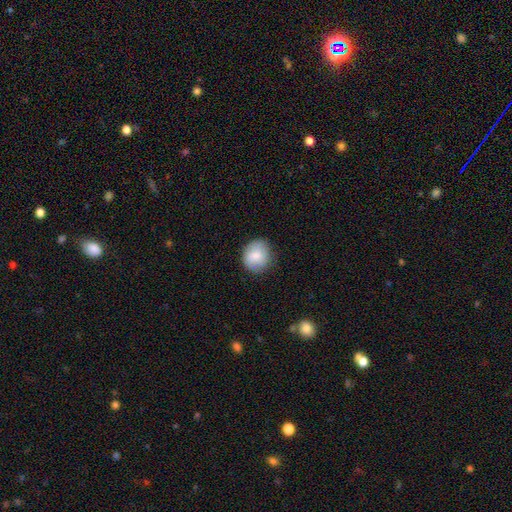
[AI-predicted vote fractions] The model was most divided on "smooth or featured": smooth: 78%, featured or disk: 15%, star or artifact: 7%. More confident: how rounded — round (84%); merging — none (82%).